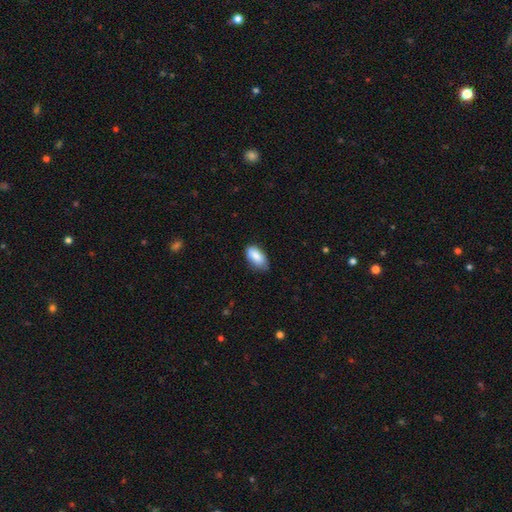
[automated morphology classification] smooth_or_featured: smooth (p=0.87) [alt: star or artifact p=0.07]
how_rounded: in between (p=0.93) [alt: cigar-shaped p=0.04]
merging: none (p=0.70) [alt: minor disturbance p=0.25]